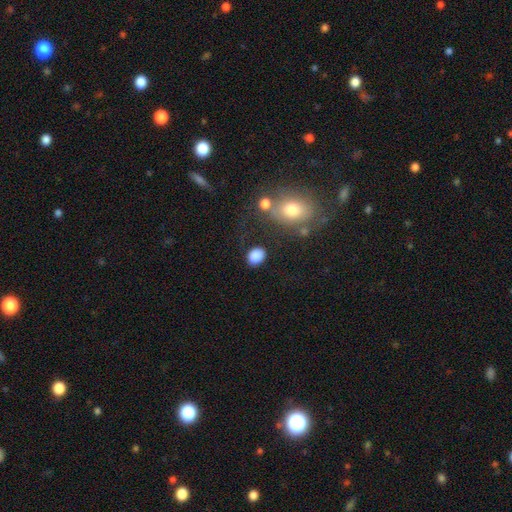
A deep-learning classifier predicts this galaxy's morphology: Smooth or featured?
  - smooth: 86% *
  - star or artifact: 9%
  - featured or disk: 5%
How rounded?
  - in between: 56% *
  - round: 43%
  - cigar-shaped: 1%
Merging?
  - none: 74% *
  - minor disturbance: 15%
  - major disturbance: 6%
  - merger: 5%